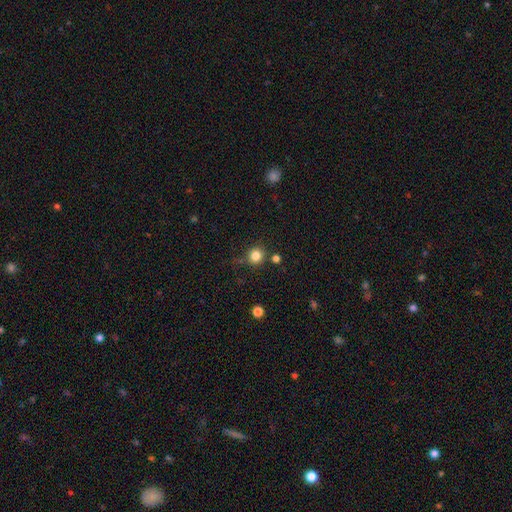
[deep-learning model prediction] This appears to be a smooth galaxy with no disk features (83%) that is round (91%). Merging: none (80%).